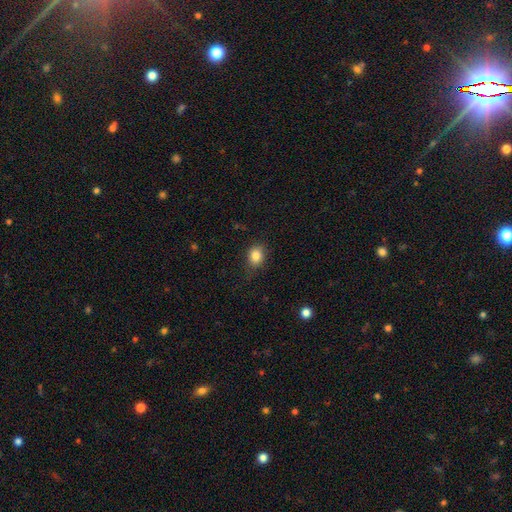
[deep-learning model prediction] Smooth or featured? smooth (85%)
How rounded? round (50%)
Merging? none (77%)